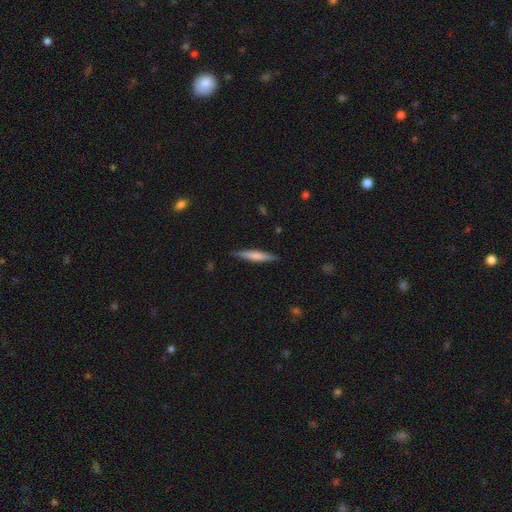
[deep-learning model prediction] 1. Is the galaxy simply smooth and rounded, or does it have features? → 66% smooth, 29% featured or disk, 5% star or artifact.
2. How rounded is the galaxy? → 91% cigar-shaped, 7% in between, 1% round.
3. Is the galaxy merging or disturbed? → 86% none, 11% minor disturbance, 2% major disturbance, 1% merger.